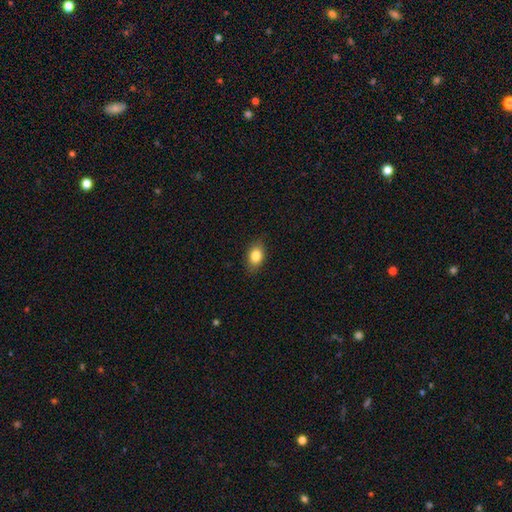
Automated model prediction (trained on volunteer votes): smooth 84%, featured or disk 8%, star or artifact 8%. Down the decision tree: how rounded — in between (81%); merging — none (84%).